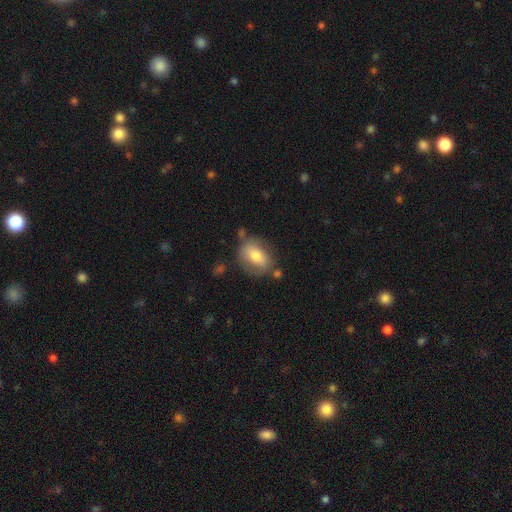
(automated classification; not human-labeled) Smooth or featured? smooth (64%)
How rounded? in between (71%)
Merging? none (65%)